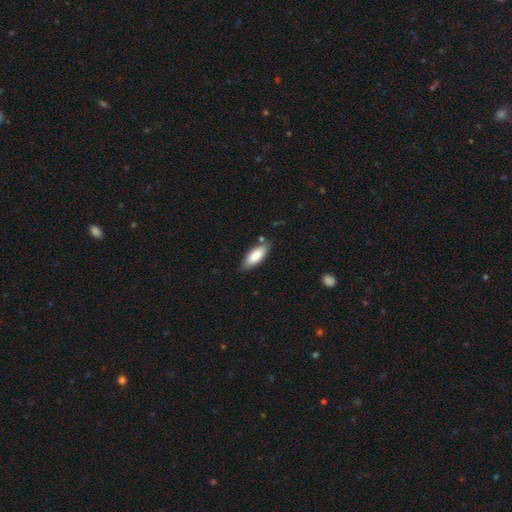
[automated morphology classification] A smooth galaxy with no disk features (81%) that is in between round and cigar-shaped (72%).

Vote fractions:
- Smooth or featured? smooth: 81% / featured or disk: 13% / star or artifact: 6%
- How rounded? in between: 72% / cigar-shaped: 26% / round: 2%
- Merging? none: 78% / minor disturbance: 15% / merger: 3% / major disturbance: 3%